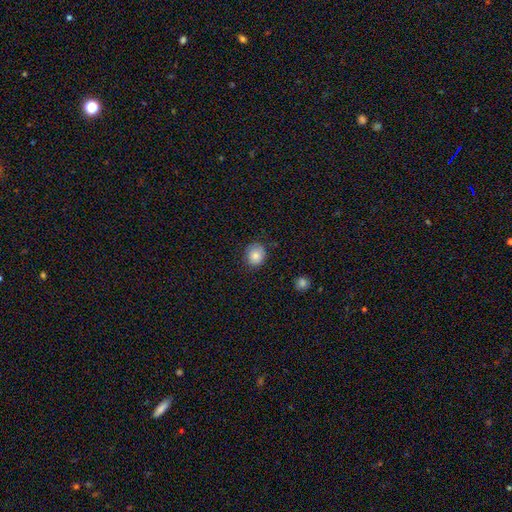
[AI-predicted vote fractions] Overall: smooth (83%). How rounded: round (83%). Merging: none (81%).